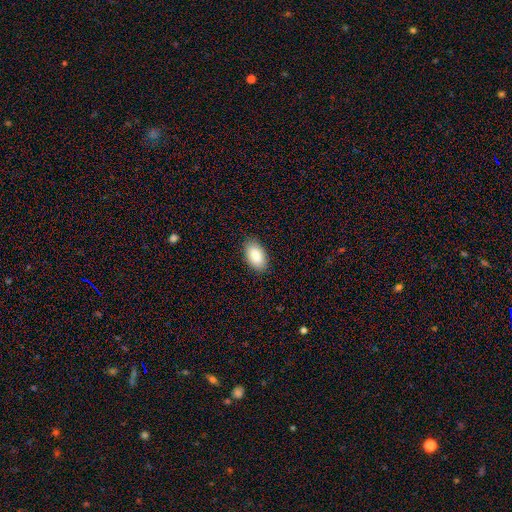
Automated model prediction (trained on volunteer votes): Smooth or featured?
  - smooth: 86% *
  - featured or disk: 7%
  - star or artifact: 6%
How rounded?
  - in between: 95% *
  - round: 4%
  - cigar-shaped: 2%
Merging?
  - none: 87% *
  - minor disturbance: 10%
  - major disturbance: 2%
  - merger: 1%